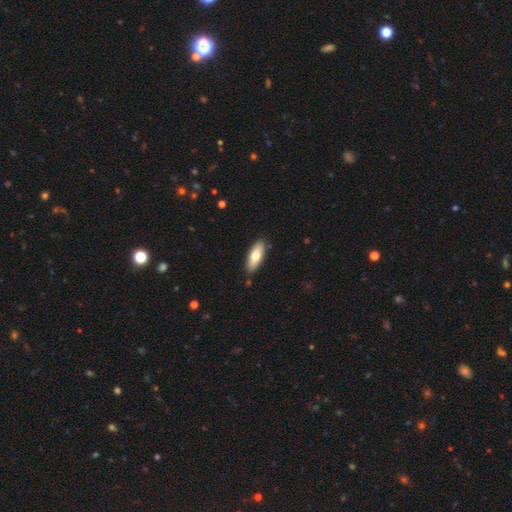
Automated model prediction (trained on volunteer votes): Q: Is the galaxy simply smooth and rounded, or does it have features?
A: smooth — 70%.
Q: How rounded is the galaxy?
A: in between — 72%.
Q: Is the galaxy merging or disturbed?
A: none — 86%.